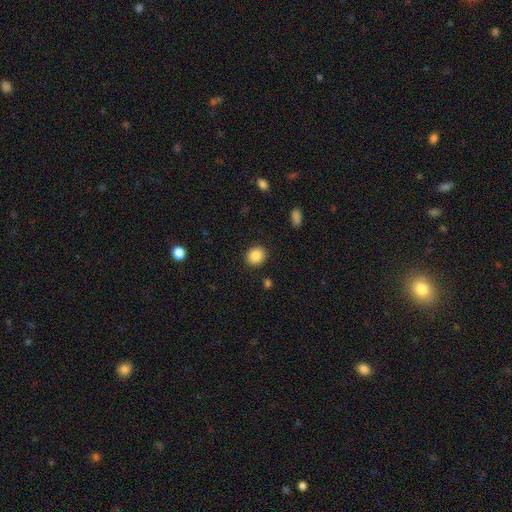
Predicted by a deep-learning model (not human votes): The model was most divided on "how rounded": round: 70%, in between: 30%, cigar-shaped: 1%. More confident: merging — none (90%); smooth or featured — smooth (87%).